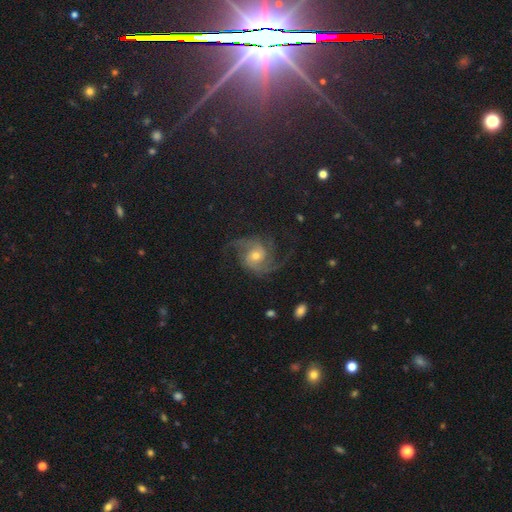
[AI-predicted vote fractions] Smooth or featured?
  - featured or disk: 86% *
  - star or artifact: 8%
  - smooth: 6%
Edge-on disk?
  - no: 98% *
  - yes: 2%
Bar?
  - no: 64% *
  - weak: 29%
  - strong: 7%
Spiral arms?
  - yes: 98% *
  - no: 2%
Spiral winding?
  - medium: 54% *
  - loose: 25%
  - tight: 20%
Spiral arm count?
  - 2: 66% *
  - 3: 15%
  - can't tell: 7%
  - 4: 4%
  - 1: 4%
  - more than 4: 4%
Bulge size?
  - moderate: 55% *
  - small: 38%
  - large: 4%
  - none: 1%
  - dominant: 1%
Merging?
  - none: 71% *
  - minor disturbance: 15%
  - major disturbance: 12%
  - merger: 1%